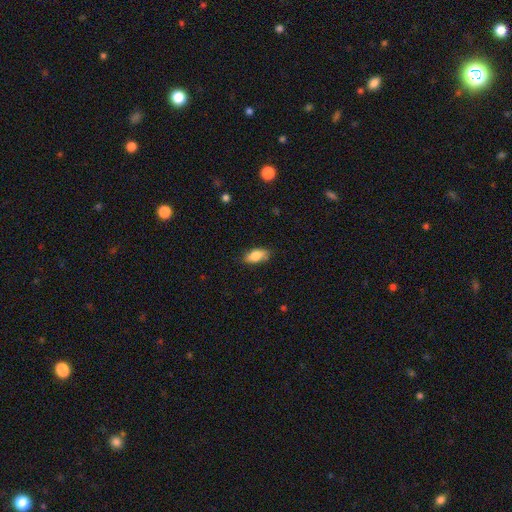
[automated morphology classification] smooth-or-featured: smooth: 81% | featured or disk: 12% | star or artifact: 7%
  how-rounded: in between: 86% | cigar-shaped: 11% | round: 3%
  merging: none: 80% | minor disturbance: 16% | major disturbance: 3% | merger: 1%